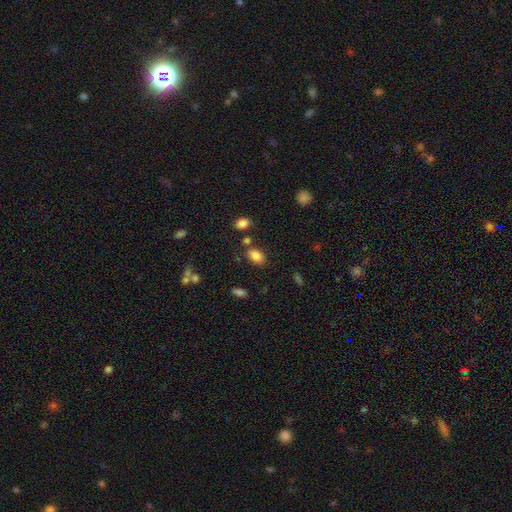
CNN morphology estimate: This appears to be a smooth galaxy with no disk features (84%) that is in between round and cigar-shaped (88%). Merging: none (74%).